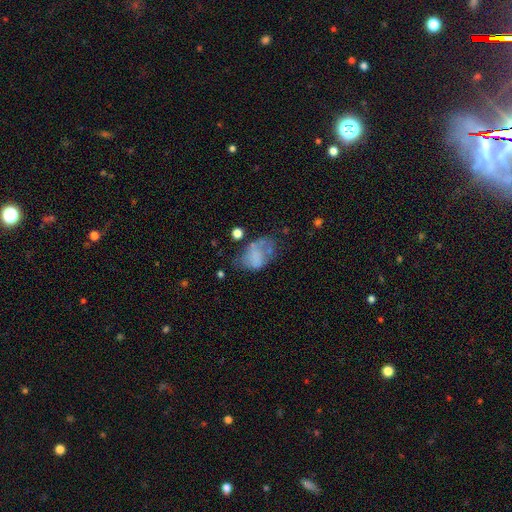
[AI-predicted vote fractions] Overall: smooth (57%; featured or disk 31%). How rounded: in between (80%). Merging: major disturbance (33%; none 28%).